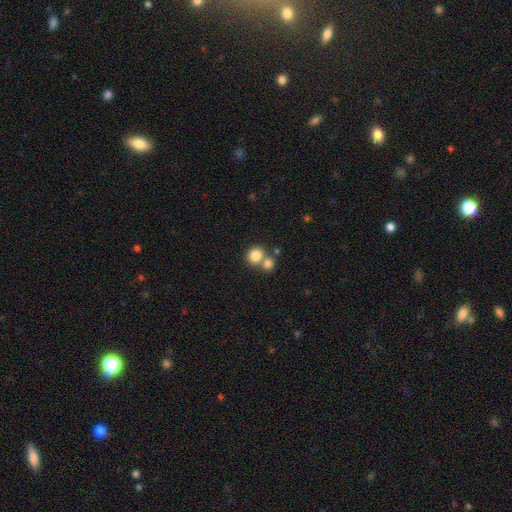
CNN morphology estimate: Overall: smooth (82%). How rounded: round (78%). Merging: none (47%; merger 43%).